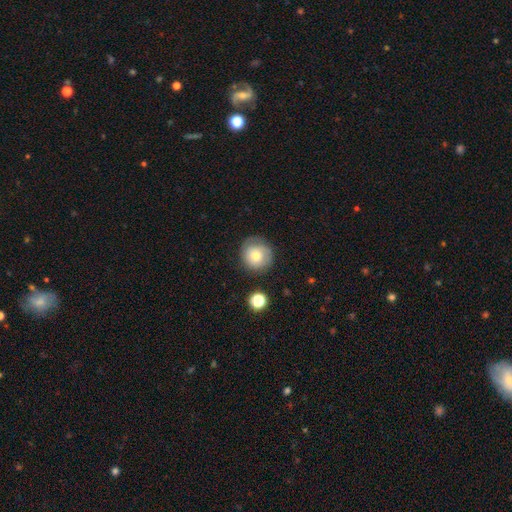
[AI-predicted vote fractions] Overall: smooth (65%; featured or disk 26%). How rounded: round (91%). Merging: none (73%).